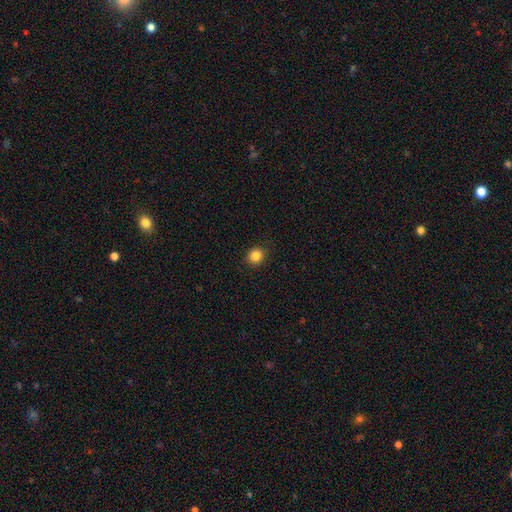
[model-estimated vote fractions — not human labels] Q: Smooth or featured?
A: smooth (85%); runner-up: star or artifact (11%)
Q: How rounded?
A: round (84%); runner-up: in between (15%)
Q: Merging?
A: none (90%); runner-up: minor disturbance (7%)